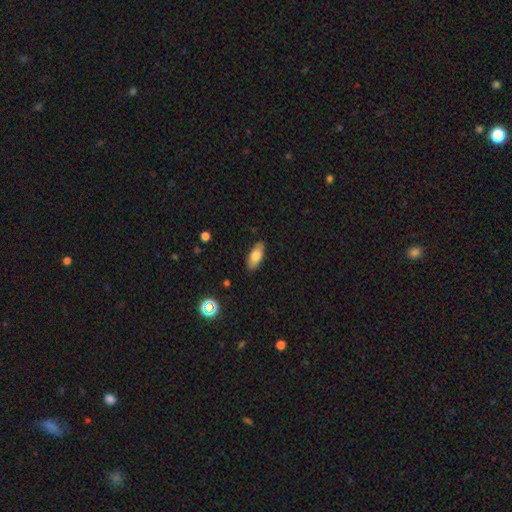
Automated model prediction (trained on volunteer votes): Smooth or featured: smooth — 80% (featured or disk — 13%)
How rounded: in between — 82% (cigar-shaped — 16%)
Merging: none — 87% (minor disturbance — 10%)